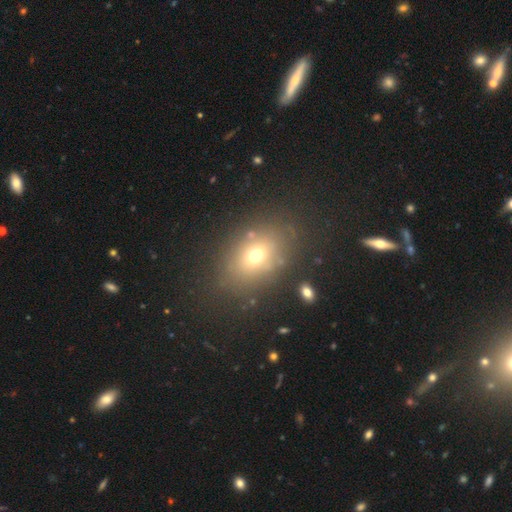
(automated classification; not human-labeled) This appears to be a smooth galaxy with no disk features (66%) that is in between round and cigar-shaped (71%). Merging: none (78%).